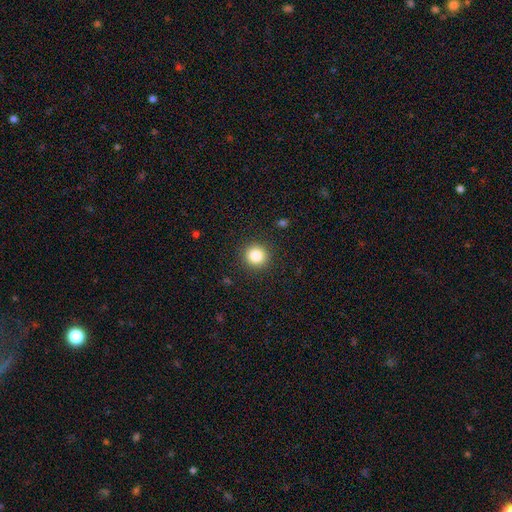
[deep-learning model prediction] Q: Smooth or featured?
A: smooth (84%); runner-up: star or artifact (11%)
Q: How rounded?
A: round (93%); runner-up: in between (6%)
Q: Merging?
A: none (91%); runner-up: minor disturbance (6%)